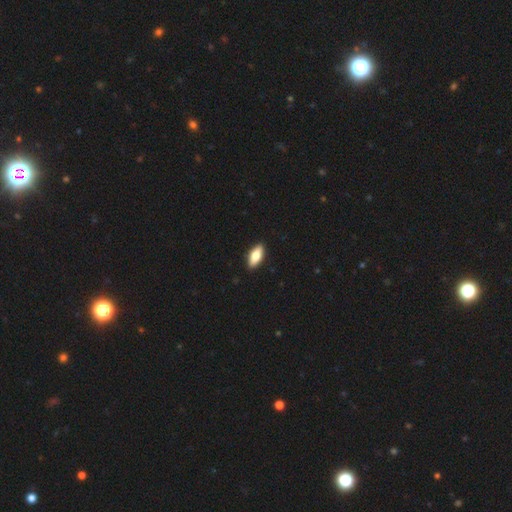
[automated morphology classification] smooth_or_featured: smooth (p=0.74) [alt: featured or disk p=0.20]
how_rounded: in between (p=0.81) [alt: cigar-shaped p=0.17]
merging: none (p=0.91) [alt: minor disturbance p=0.07]